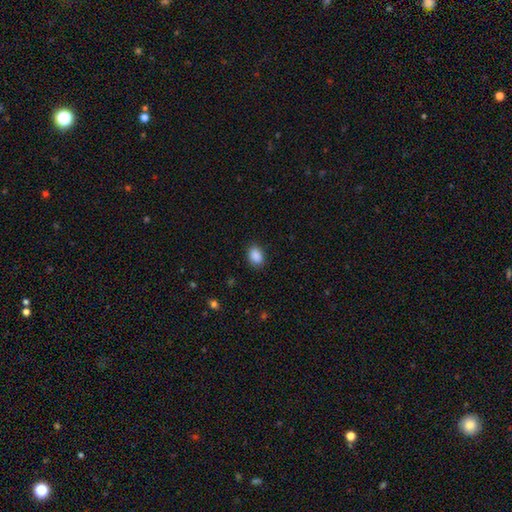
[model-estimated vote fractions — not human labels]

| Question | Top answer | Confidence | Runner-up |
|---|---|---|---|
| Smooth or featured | smooth | 89% | star or artifact (8%) |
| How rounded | in between | 73% | round (26%) |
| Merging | none | 84% | minor disturbance (12%) |